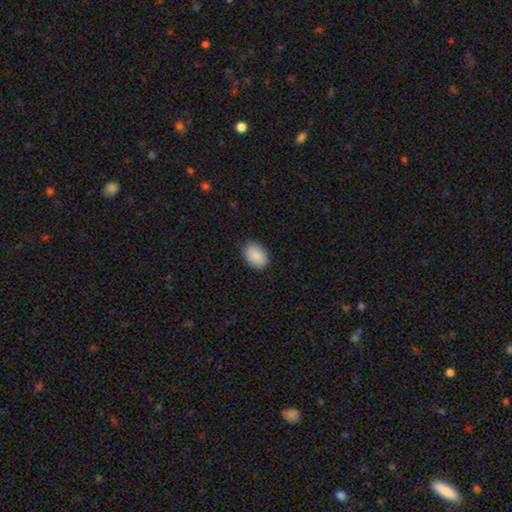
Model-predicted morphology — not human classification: smooth_or_featured: smooth (p=0.89) [alt: star or artifact p=0.06]
how_rounded: in between (p=0.84) [alt: round p=0.15]
merging: none (p=0.88) [alt: minor disturbance p=0.09]